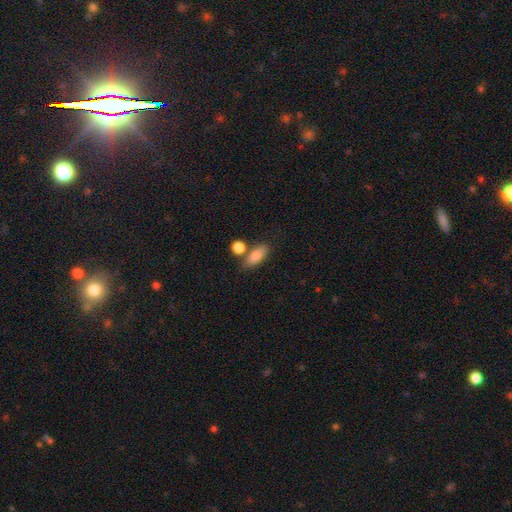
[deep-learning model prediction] The model was most divided on "merging": none: 62%, merger: 20%, minor disturbance: 14%, major disturbance: 4%. More confident: smooth or featured — smooth (83%); how rounded — in between (76%).